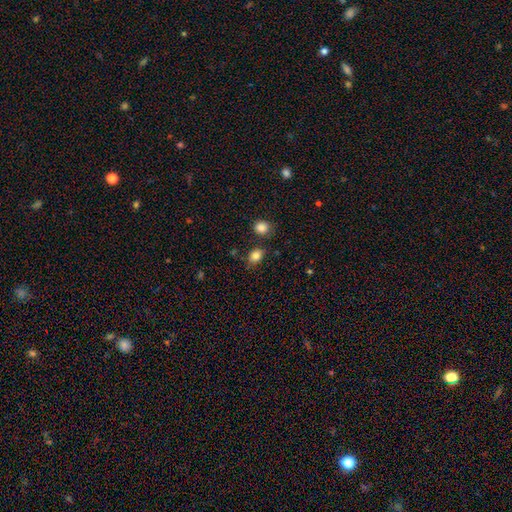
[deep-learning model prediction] Overall: smooth (84%). How rounded: in between (56%; round 42%). Merging: none (75%).